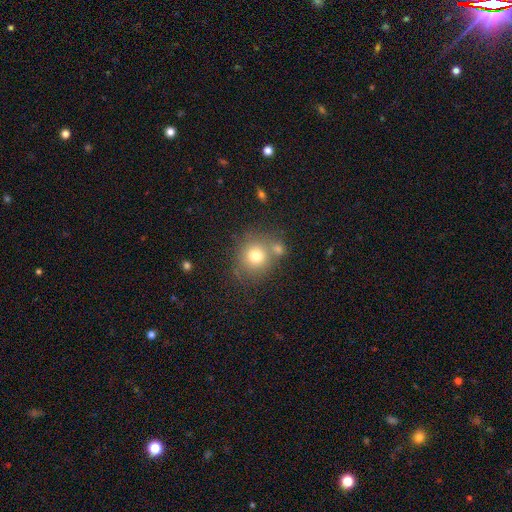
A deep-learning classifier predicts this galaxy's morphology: The model was most divided on "merging": none: 59%, merger: 24%, minor disturbance: 12%, major disturbance: 5%. More confident: how rounded — round (86%); smooth or featured — smooth (74%).